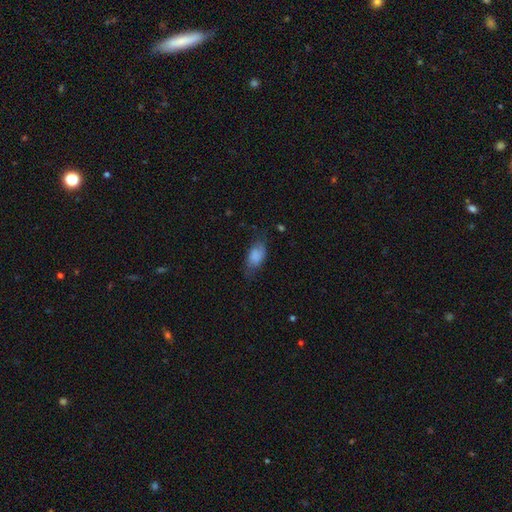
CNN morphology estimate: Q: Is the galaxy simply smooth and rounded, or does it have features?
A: smooth — 79%.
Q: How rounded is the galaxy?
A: in between — 90%.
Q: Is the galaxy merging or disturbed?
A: none — 56%.